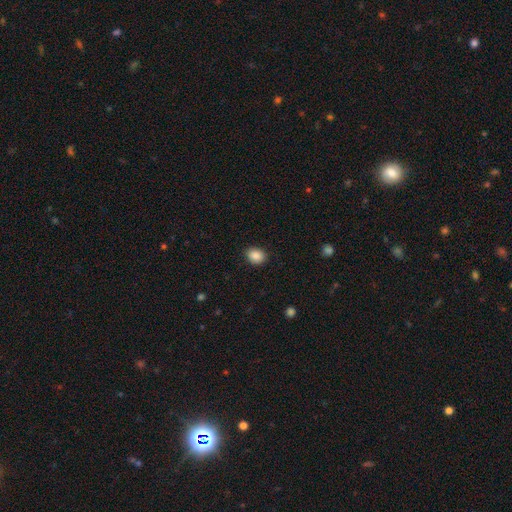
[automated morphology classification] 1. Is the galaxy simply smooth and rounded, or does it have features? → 88% smooth, 9% star or artifact, 3% featured or disk.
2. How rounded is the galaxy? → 50% in between (tied), 50% round (tied), 1% cigar-shaped.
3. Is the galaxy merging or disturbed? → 88% none, 9% minor disturbance, 2% major disturbance, 1% merger.